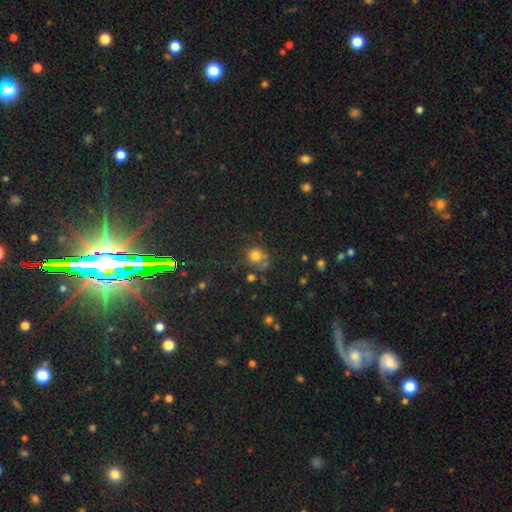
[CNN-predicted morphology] The model was most divided on "merging": none: 59%, minor disturbance: 17%, merger: 16%, major disturbance: 8%. More confident: how rounded — round (84%); smooth or featured — smooth (75%).